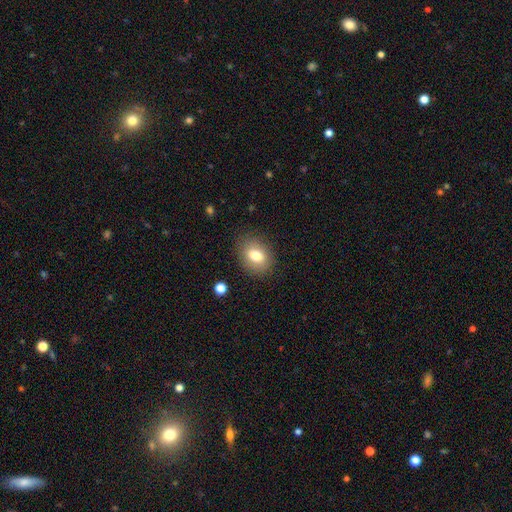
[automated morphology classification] type=smooth (78%); roundness=in between (66%); merging=none (84%).